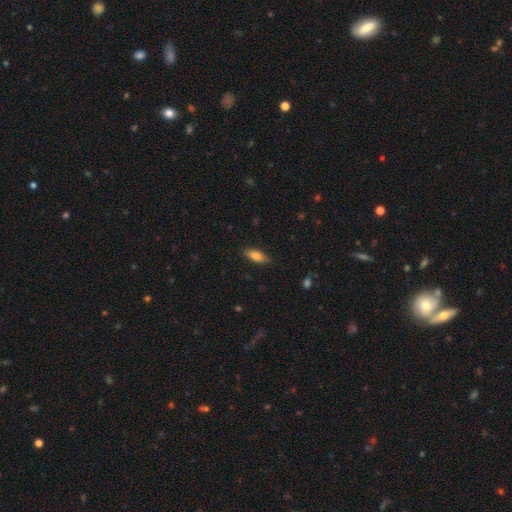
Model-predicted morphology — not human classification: smooth 82%, featured or disk 12%, star or artifact 7%. Down the decision tree: how rounded — in between (77%); merging — none (86%).